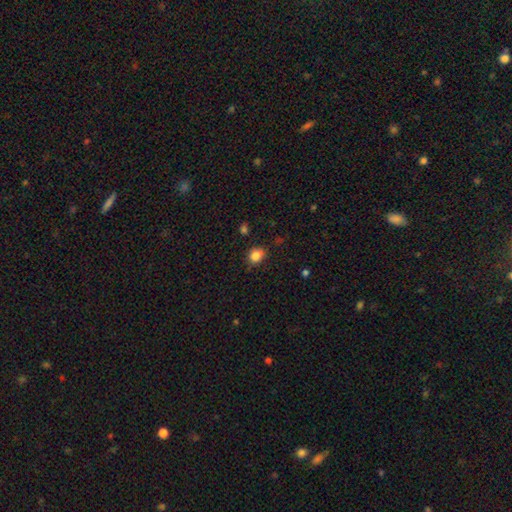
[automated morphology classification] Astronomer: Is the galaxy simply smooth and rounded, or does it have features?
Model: smooth — 84%.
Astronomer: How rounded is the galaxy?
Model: round — 57% (runner-up: in between, 42%).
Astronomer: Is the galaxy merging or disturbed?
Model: none — 79%.